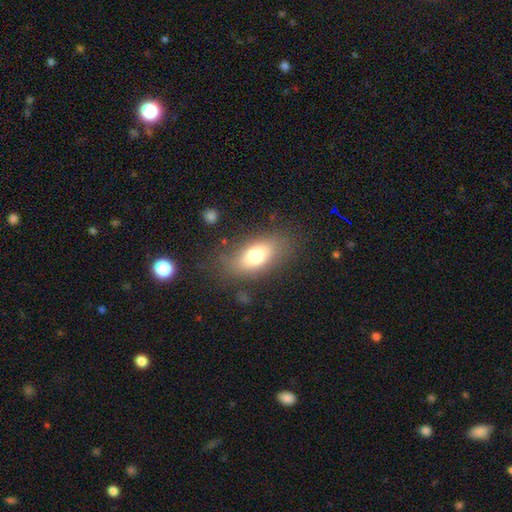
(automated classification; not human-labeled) Q: Smooth or featured?
A: smooth (71%); runner-up: featured or disk (20%)
Q: How rounded?
A: in between (84%); runner-up: round (8%)
Q: Merging?
A: none (75%); runner-up: minor disturbance (15%)